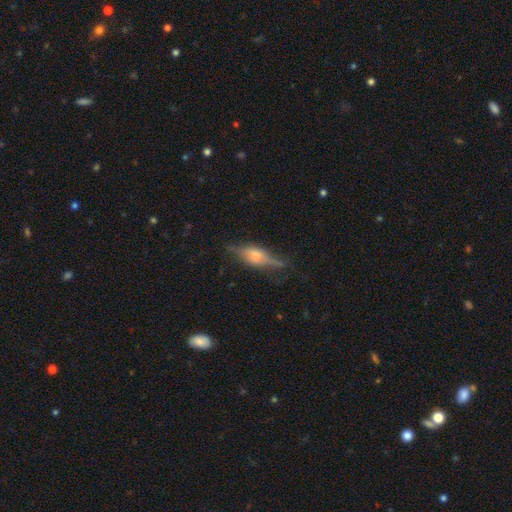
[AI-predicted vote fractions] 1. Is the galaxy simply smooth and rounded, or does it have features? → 61% featured or disk, 30% smooth, 9% star or artifact.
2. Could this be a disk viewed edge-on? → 91% yes, 9% no.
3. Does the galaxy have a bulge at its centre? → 76% rounded, 20% boxy, 4% none.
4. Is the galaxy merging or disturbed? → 67% none, 22% minor disturbance, 9% major disturbance, 2% merger.